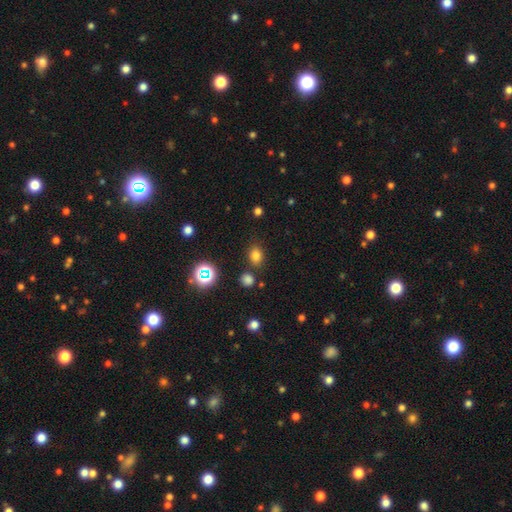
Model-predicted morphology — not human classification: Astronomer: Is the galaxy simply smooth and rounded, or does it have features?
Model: smooth — 74%.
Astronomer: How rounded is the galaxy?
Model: in between — 55% (runner-up: round, 44%).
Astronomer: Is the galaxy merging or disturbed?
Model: none — 78%.